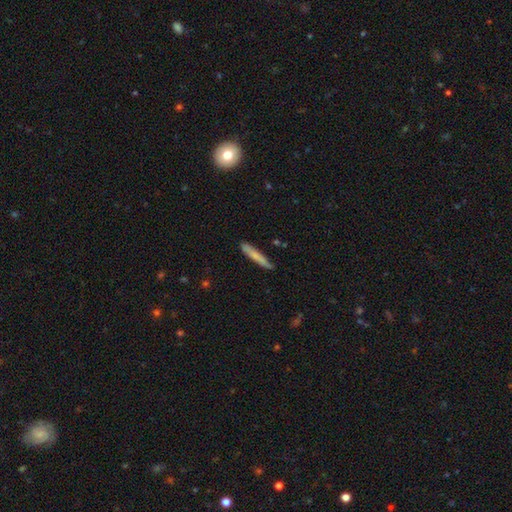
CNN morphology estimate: This appears to be a smooth galaxy with no disk features (70%) that is cigar-shaped (94%). Merging: none (84%).